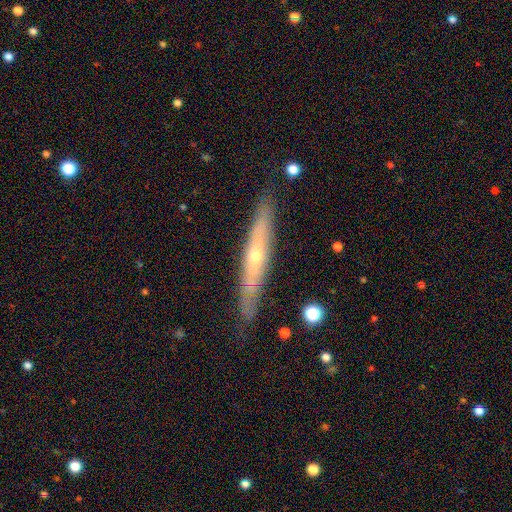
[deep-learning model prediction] Smooth or featured? Predicted: featured or disk (p=0.68). Edge-on disk? Predicted: yes (p=0.83). Edge-on bulge? Predicted: rounded (p=0.75). Merging? Predicted: none (p=0.83).